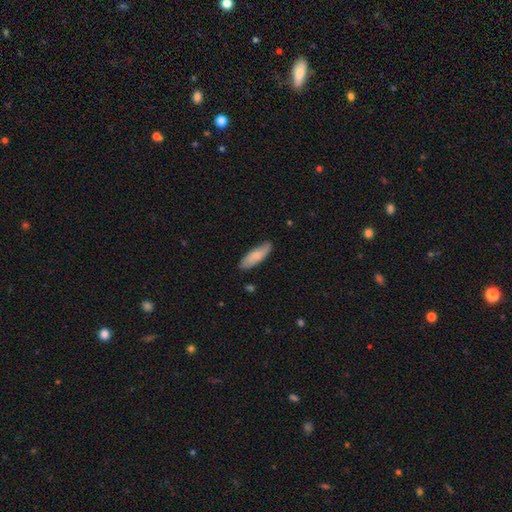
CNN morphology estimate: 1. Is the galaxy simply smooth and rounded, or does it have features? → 80% smooth, 15% featured or disk, 6% star or artifact.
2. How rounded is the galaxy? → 53% in between, 46% cigar-shaped, 2% round.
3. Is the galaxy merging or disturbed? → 81% none, 15% minor disturbance, 2% major disturbance, 1% merger.